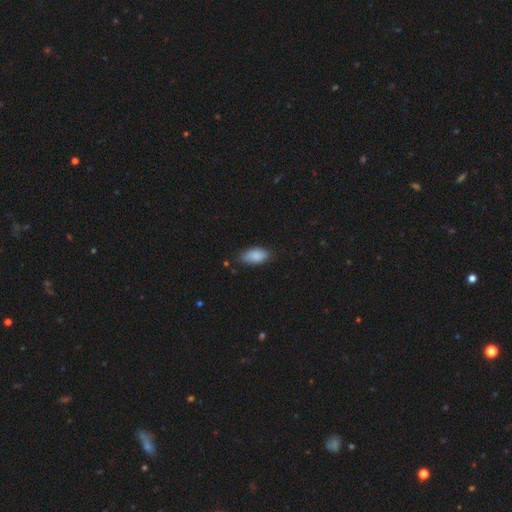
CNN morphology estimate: Smooth or featured?
  - smooth: 88% *
  - star or artifact: 6%
  - featured or disk: 6%
How rounded?
  - in between: 93% *
  - cigar-shaped: 5%
  - round: 3%
Merging?
  - none: 79% *
  - minor disturbance: 17%
  - major disturbance: 3%
  - merger: 1%